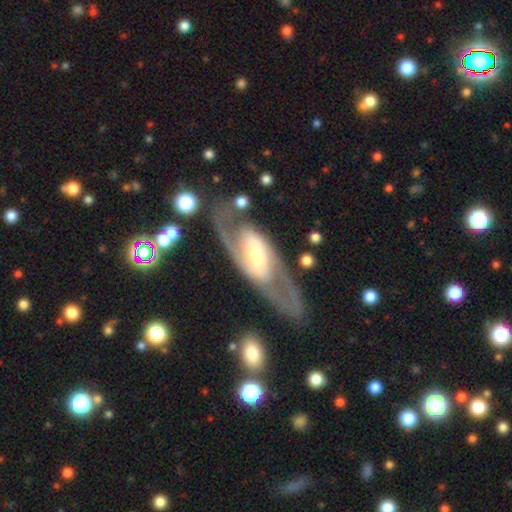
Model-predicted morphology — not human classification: A featured or disk galaxy (82%) with a strong bar (39%), 2 (84%) medium (49%) spiral arms (85%) and a moderate central bulge (38%).

Vote fractions:
- Smooth or featured? featured or disk: 82% / smooth: 13% / star or artifact: 5%
- Edge-on disk? no: 89% / yes: 11%
- Bar? strong: 39% / weak: 33% / no: 28%
- Spiral arms? yes: 85% / no: 15%
- Spiral winding? medium: 49% / tight: 28% / loose: 23%
- Spiral arm count? 2: 84% / can't tell: 9% / 1: 4% / 3: 1% / 4: 1% / more than 4: 1%
- Bulge size? moderate: 38% / small: 37% / large: 19% / dominant: 3% / none: 3%
- Merging? none: 71% / minor disturbance: 15% / major disturbance: 10% / merger: 4%